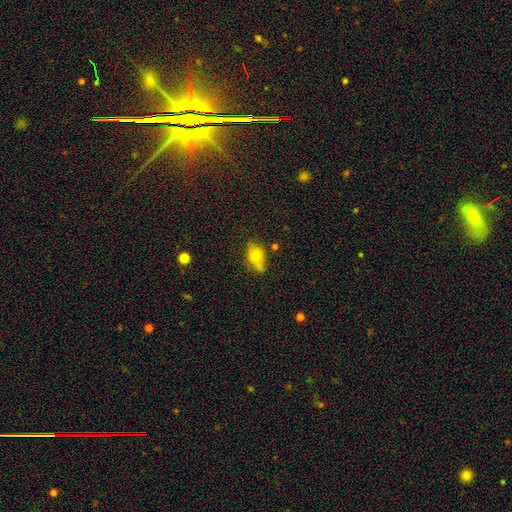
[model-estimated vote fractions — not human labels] Morphology: type=smooth (71%); roundness=in between (75%); merging=none (56%).